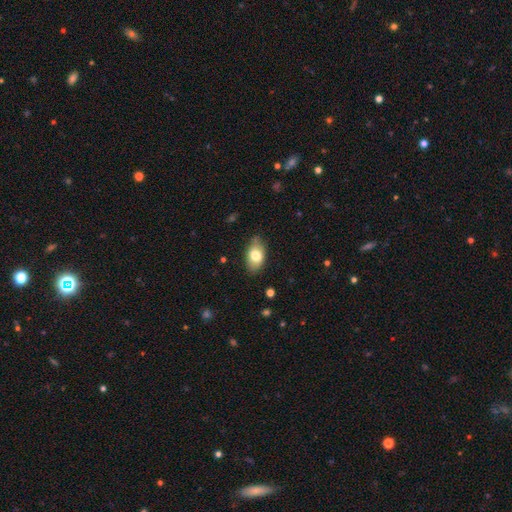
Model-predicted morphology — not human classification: The model was most divided on "merging": none: 76%, minor disturbance: 19%, major disturbance: 3%, merger: 1%. More confident: how rounded — in between (90%); smooth or featured — smooth (75%).